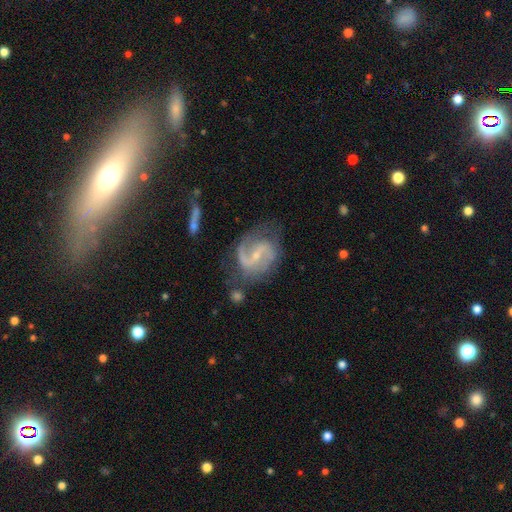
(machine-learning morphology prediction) Overall: featured or disk (88%). Edge-on disk: no (98%). Bar: weak (49%; no 29%). Spiral arms: yes (96%). Spiral arm count: 2 (86%). Spiral winding: medium (51%; loose 33%). Bulge size: small (71%). Merging: none (64%).